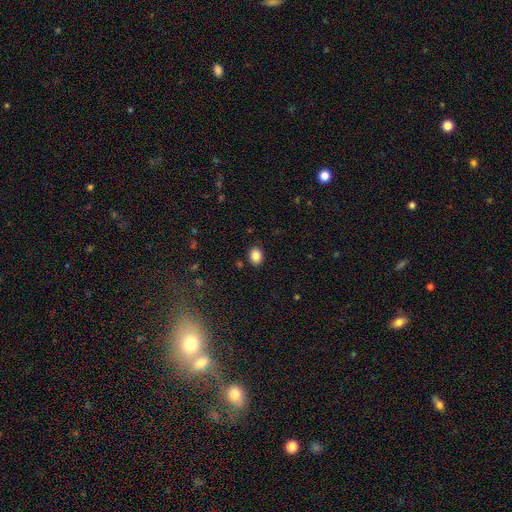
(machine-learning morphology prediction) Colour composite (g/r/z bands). It shows a smooth galaxy with no disk features (87%) that is in between round and cigar-shaped (58%). Merging: none (88%).